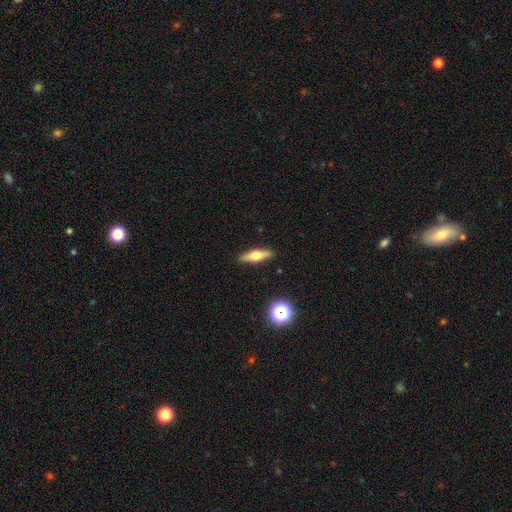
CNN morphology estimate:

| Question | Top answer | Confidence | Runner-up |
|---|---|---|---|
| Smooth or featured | featured or disk | 51% | smooth (42%) |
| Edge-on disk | yes | 92% | no (8%) |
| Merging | none | 90% | minor disturbance (7%) |